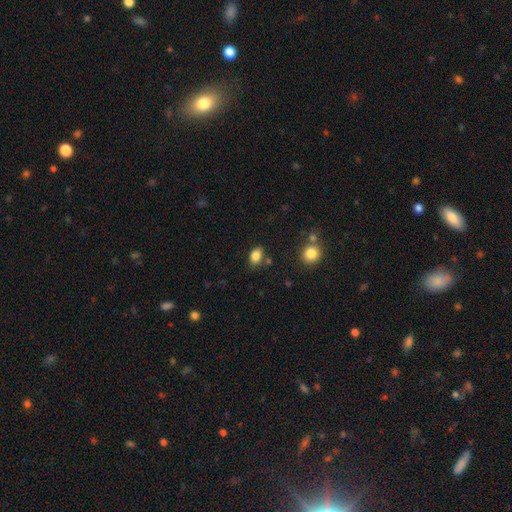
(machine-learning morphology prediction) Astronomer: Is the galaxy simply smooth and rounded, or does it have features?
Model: smooth — 85%.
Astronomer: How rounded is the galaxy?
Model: in between — 84%.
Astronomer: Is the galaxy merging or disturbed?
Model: none — 77%.